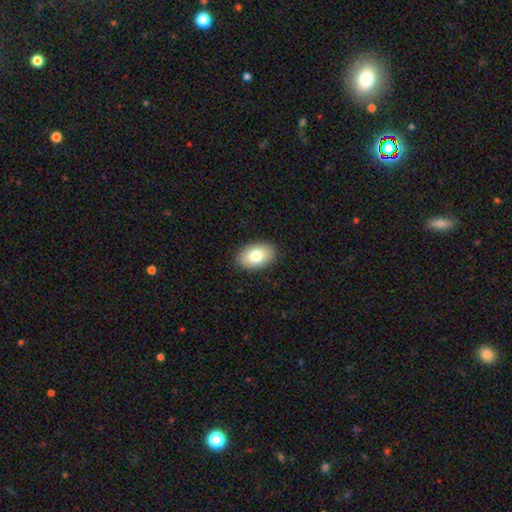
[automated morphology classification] Q: Smooth or featured?
A: smooth (79%); runner-up: featured or disk (13%)
Q: How rounded?
A: in between (90%); runner-up: round (9%)
Q: Merging?
A: none (89%); runner-up: minor disturbance (8%)